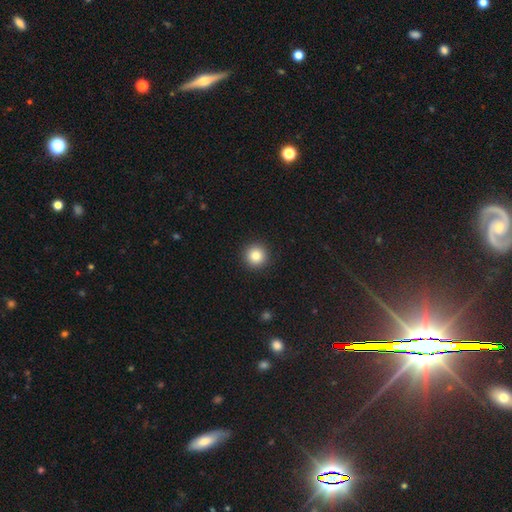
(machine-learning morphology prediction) Smooth or featured? smooth (85%)
How rounded? round (95%)
Merging? none (93%)